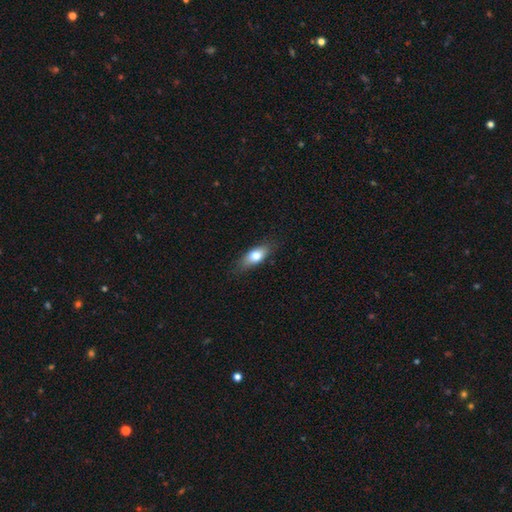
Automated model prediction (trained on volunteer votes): Morphology: type=smooth (76%); roundness=in between (78%); merging=none (81%).